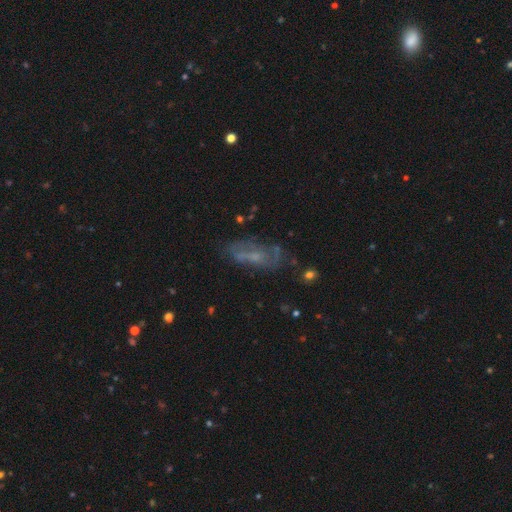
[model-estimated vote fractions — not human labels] This appears to be a featured or disk galaxy (52%). Merging: none (63%).